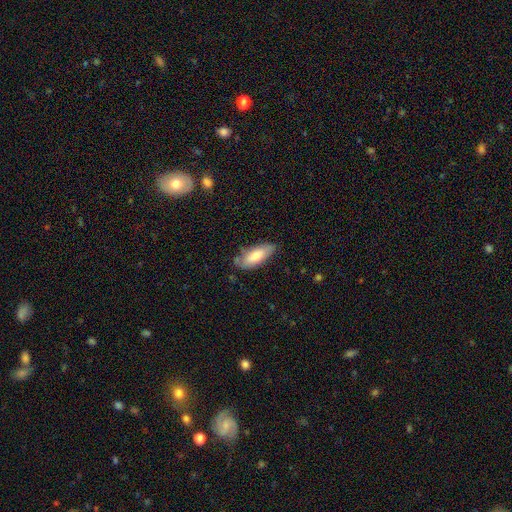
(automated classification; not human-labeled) This is likely a smooth galaxy (72%). How rounded: likely in between (78%). Merging: likely none (68%).